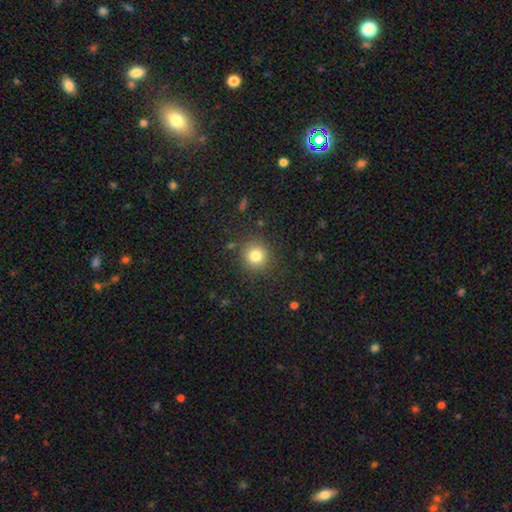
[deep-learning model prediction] This appears to be a smooth galaxy with no disk features (80%) that is round (91%). Merging: none (86%).